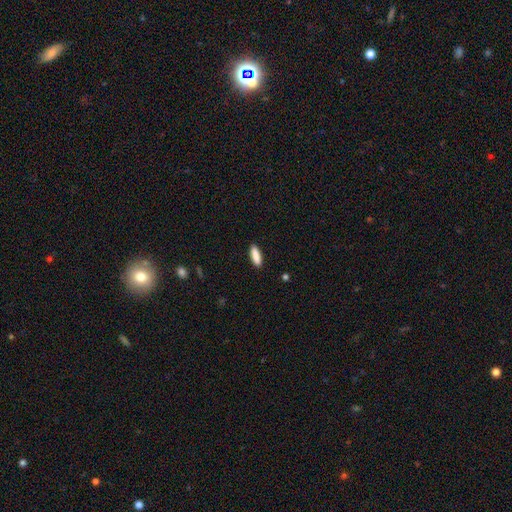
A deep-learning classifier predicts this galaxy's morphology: Smooth or featured? smooth (88%)
How rounded? cigar-shaped (49%, tied with in between)
Merging? none (90%)